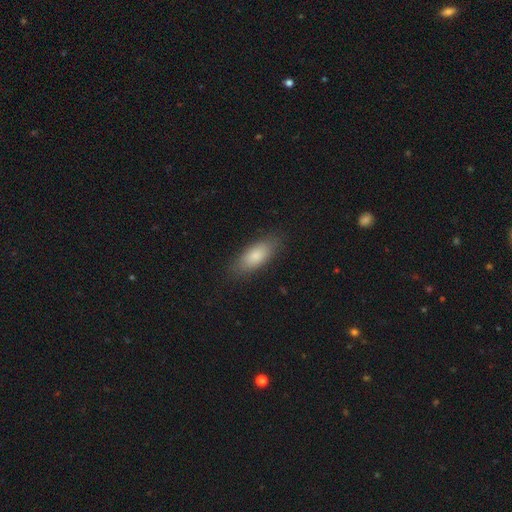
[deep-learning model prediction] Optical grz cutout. It shows a smooth galaxy with no disk features (81%) that is in between round and cigar-shaped (81%). Merging: none (83%).